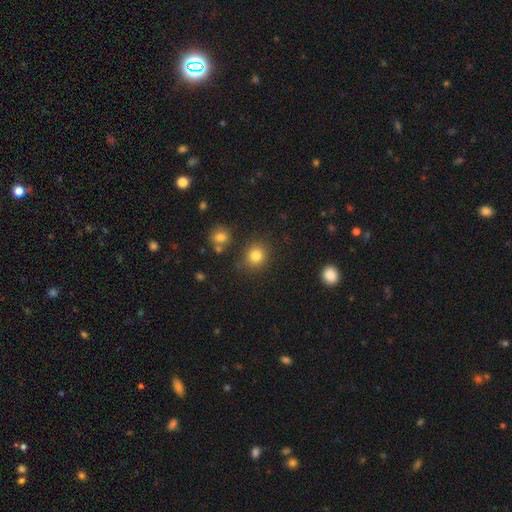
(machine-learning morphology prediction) Overall: smooth (82%). How rounded: round (78%). Merging: none (82%).